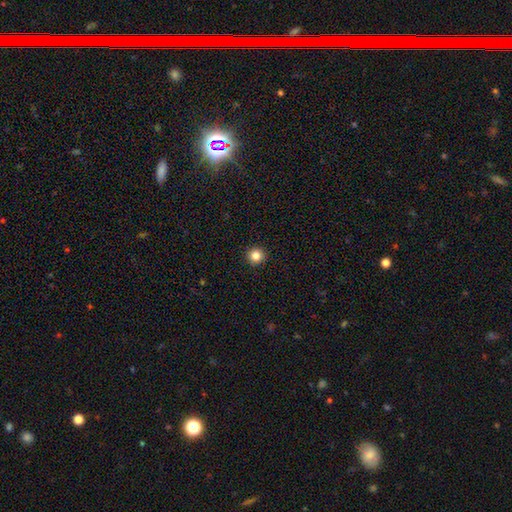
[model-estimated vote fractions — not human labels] The model was most divided on "smooth or featured": smooth: 84%, star or artifact: 12%, featured or disk: 5%. More confident: how rounded — round (95%); merging — none (93%).